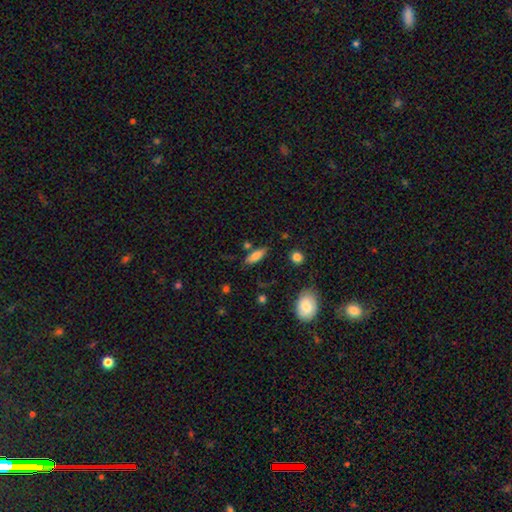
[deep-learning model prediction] smooth-or-featured: smooth: 73% | featured or disk: 18% | star or artifact: 8%
  how-rounded: in between: 65% | cigar-shaped: 33% | round: 3%
  merging: none: 74% | minor disturbance: 15% | merger: 7% | major disturbance: 4%